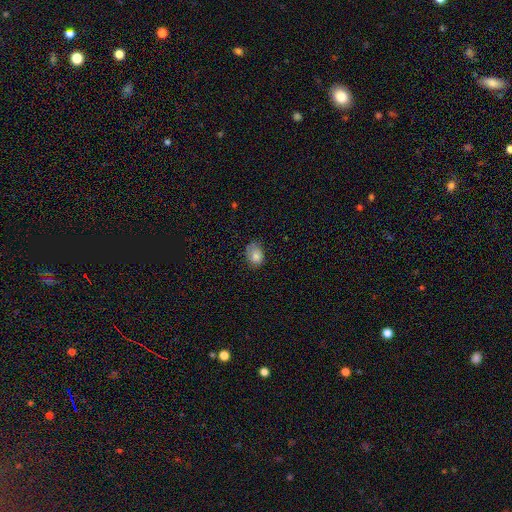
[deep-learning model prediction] A smooth galaxy with no disk features (79%) that is in between round and cigar-shaped (67%).

Vote fractions:
- Smooth or featured? smooth: 79% / featured or disk: 12% / star or artifact: 9%
- How rounded? in between: 67% / round: 32% / cigar-shaped: 1%
- Merging? none: 60% / minor disturbance: 30% / major disturbance: 8% / merger: 1%